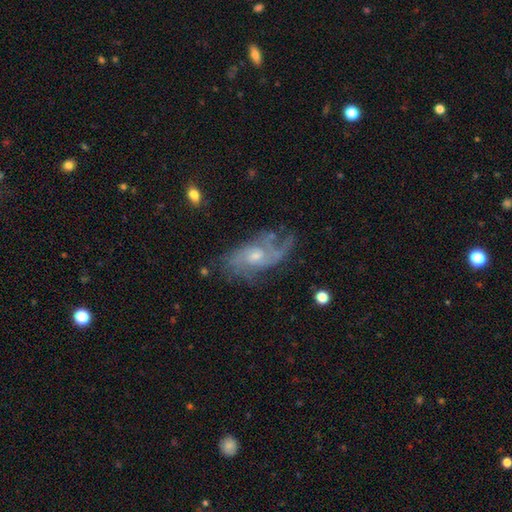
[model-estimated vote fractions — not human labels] Overall: featured or disk (78%). Edge-on disk: no (94%). Bar: no (66%; weak 30%). Spiral arms: yes (88%). Spiral arm count: 2 (35%; can't tell 32%). Spiral winding: medium (41%; loose 33%). Bulge size: moderate (47%; small 45%). Merging: none (55%; minor disturbance 23%).